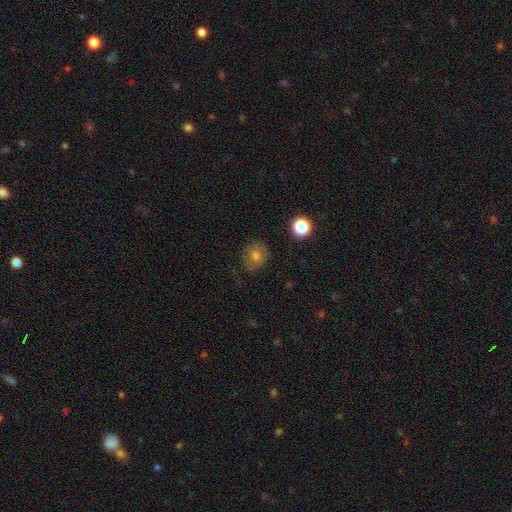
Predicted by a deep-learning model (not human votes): Smooth or featured? Predicted: smooth (p=0.71). How rounded? Predicted: round (p=0.79). Merging? Predicted: none (p=0.72).